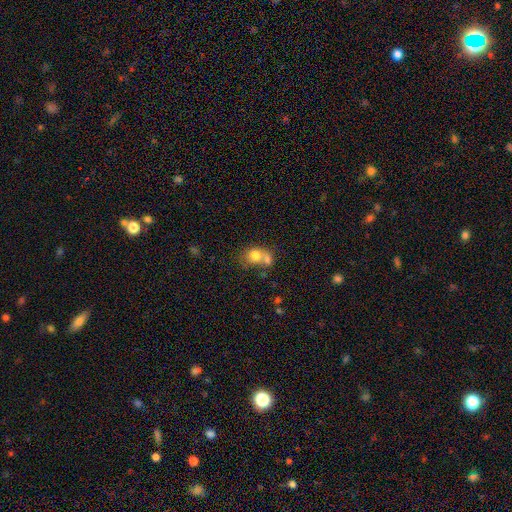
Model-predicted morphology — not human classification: smooth-or-featured: smooth: 73% | featured or disk: 17% | star or artifact: 10%
  how-rounded: round: 61% | in between: 38% | cigar-shaped: 1%
  merging: merger: 60% | none: 25% | minor disturbance: 9% | major disturbance: 5%